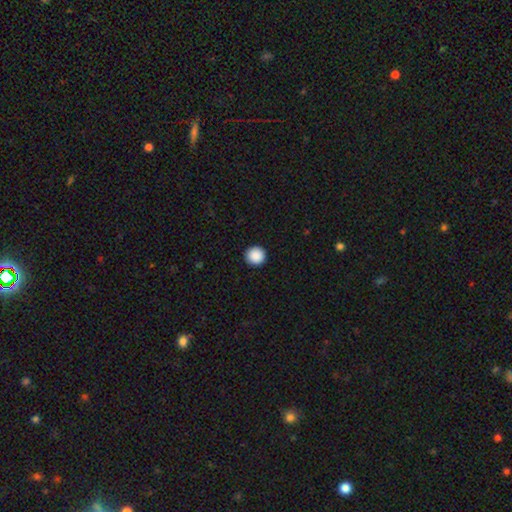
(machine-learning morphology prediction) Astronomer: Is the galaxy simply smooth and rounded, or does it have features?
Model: smooth — 89%.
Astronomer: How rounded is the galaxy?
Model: round — 96%.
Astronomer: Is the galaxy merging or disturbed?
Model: none — 94%.